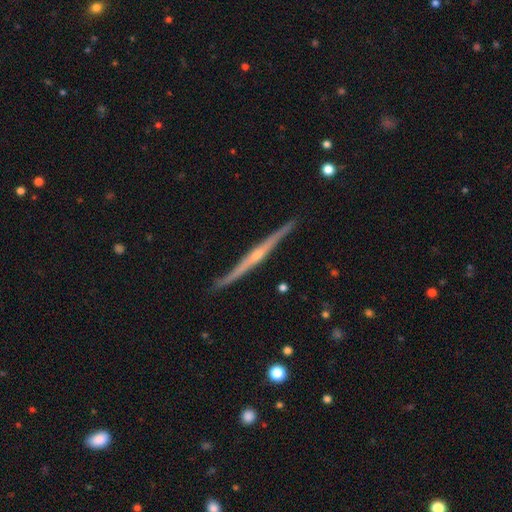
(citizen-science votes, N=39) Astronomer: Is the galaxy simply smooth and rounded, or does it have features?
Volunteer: featured or disk — 95%.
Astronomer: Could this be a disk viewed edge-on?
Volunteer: yes — 100%.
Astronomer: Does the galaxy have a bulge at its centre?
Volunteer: rounded — 70%.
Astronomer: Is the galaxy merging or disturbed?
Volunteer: none — 85%.